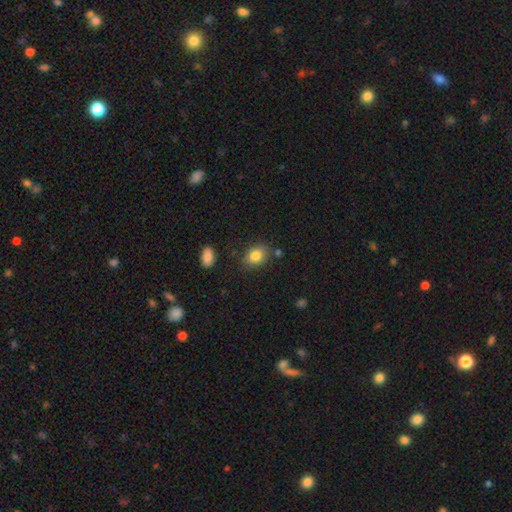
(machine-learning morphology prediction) smooth 83%, star or artifact 9%, featured or disk 8%. Down the decision tree: how rounded — in between (65%); merging — none (80%).